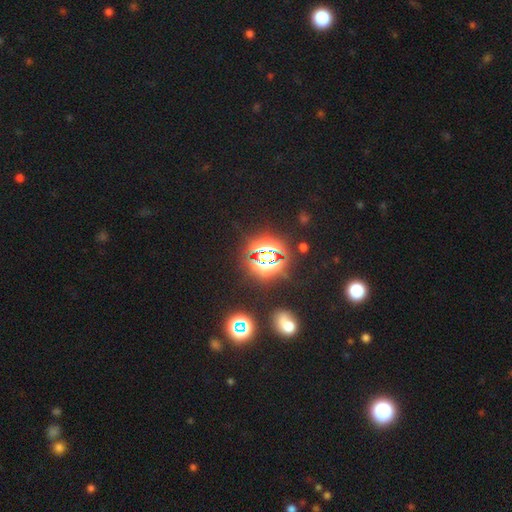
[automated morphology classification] type=star or artifact (78%).